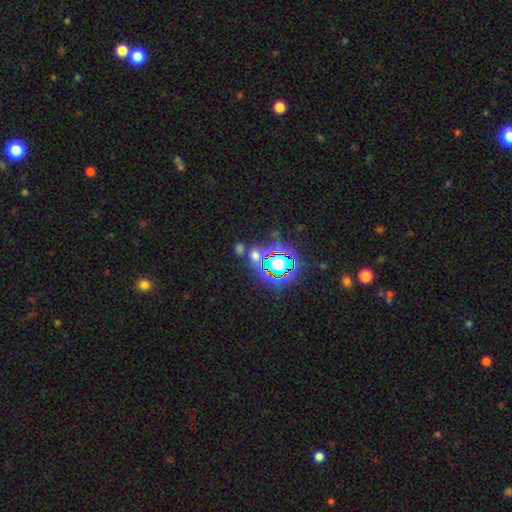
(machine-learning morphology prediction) A star or artifact, not a galaxy (54%).